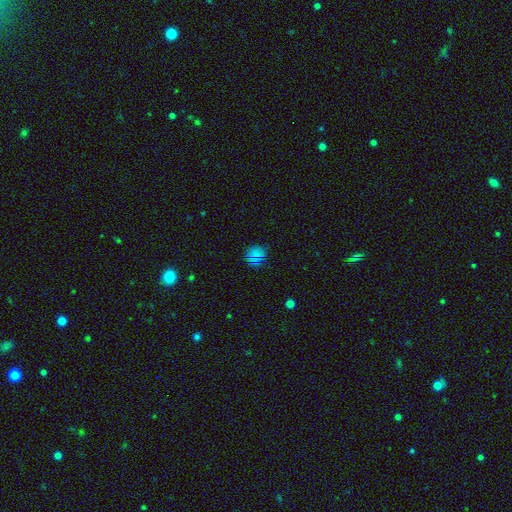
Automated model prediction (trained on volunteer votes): This is likely a smooth galaxy (70%). How rounded: clearly round (90%). Merging: clearly none (87%).